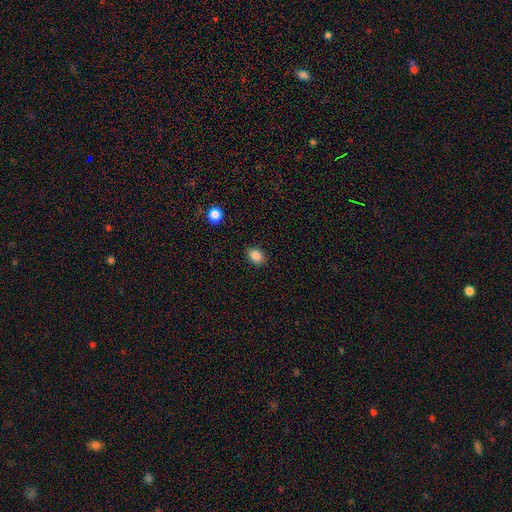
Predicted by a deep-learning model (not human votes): smooth 86%, star or artifact 10%, featured or disk 4%. Down the decision tree: how rounded — in between (66%); merging — none (87%).